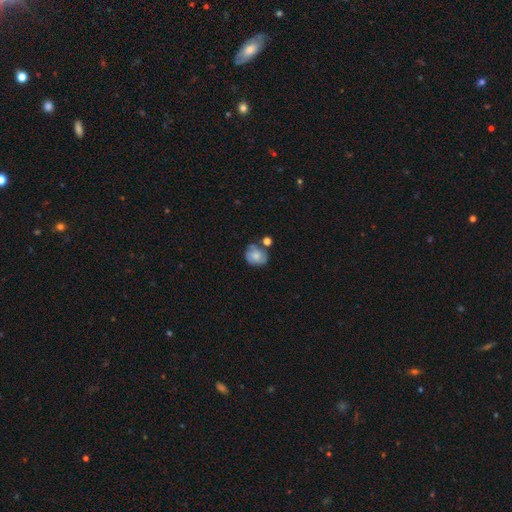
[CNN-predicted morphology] A smooth galaxy with no disk features (58%) that is round (64%). Merging: none (56%).